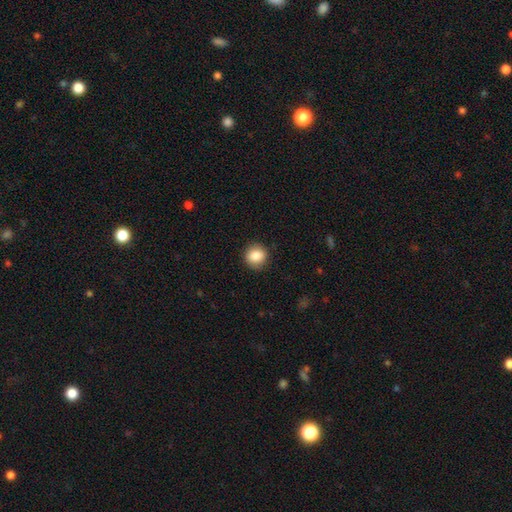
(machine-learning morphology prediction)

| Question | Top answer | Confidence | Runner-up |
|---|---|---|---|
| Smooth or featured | smooth | 86% | star or artifact (9%) |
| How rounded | round | 87% | in between (12%) |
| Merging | none | 89% | minor disturbance (8%) |